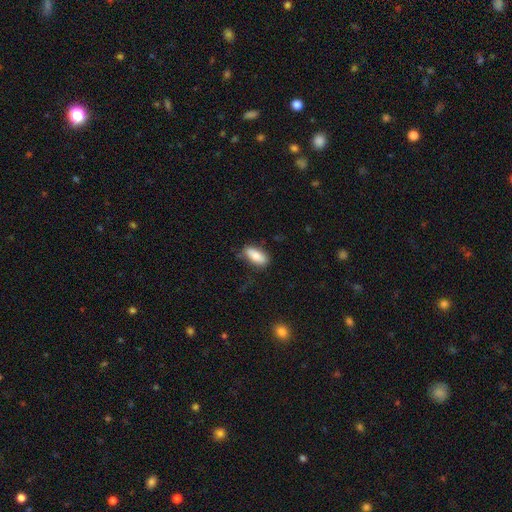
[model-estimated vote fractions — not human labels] Smooth or featured? Predicted: smooth (p=0.79). How rounded? Predicted: in between (p=0.84). Merging? Predicted: none (p=0.72).